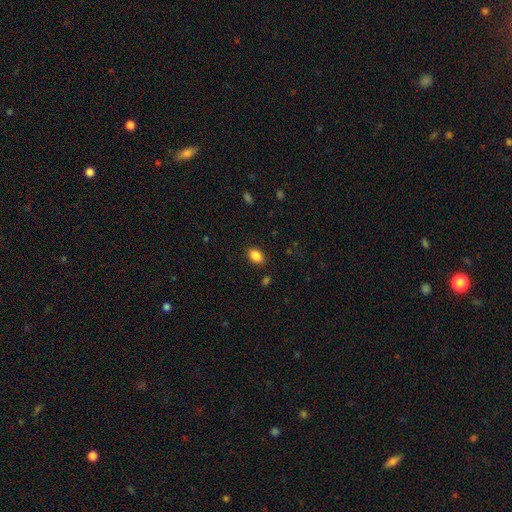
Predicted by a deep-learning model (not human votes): Smooth or featured? Predicted: smooth (p=0.87). How rounded? Predicted: in between (p=0.82). Merging? Predicted: none (p=0.86).